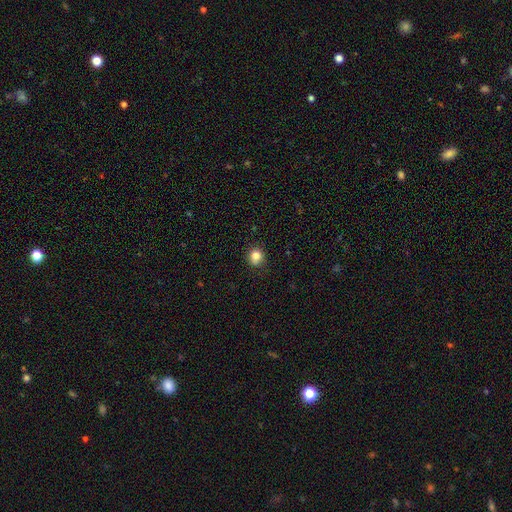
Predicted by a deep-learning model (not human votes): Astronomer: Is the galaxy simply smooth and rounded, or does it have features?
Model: smooth — 82%.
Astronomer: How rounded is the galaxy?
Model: round — 85%.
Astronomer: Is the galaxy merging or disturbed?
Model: none — 80%.